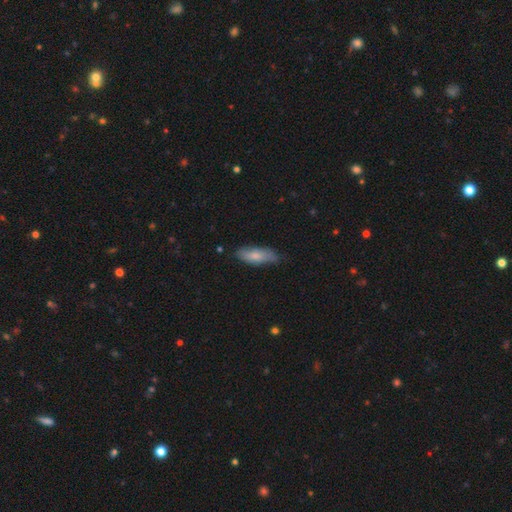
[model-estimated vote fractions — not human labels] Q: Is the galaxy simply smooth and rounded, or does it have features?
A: smooth — 76%.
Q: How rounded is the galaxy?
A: in between — 66%.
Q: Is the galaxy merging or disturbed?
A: none — 67%.